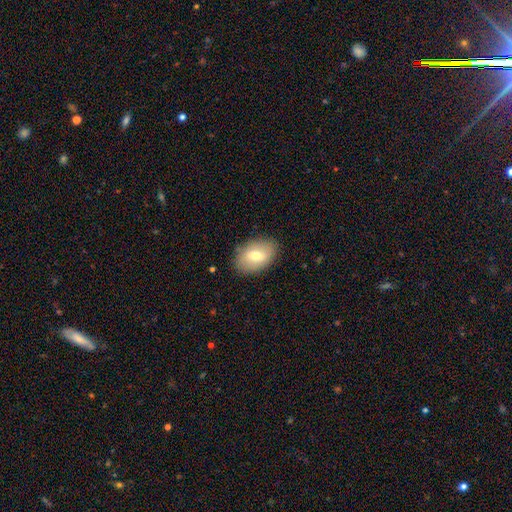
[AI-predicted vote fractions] This appears to be a smooth galaxy with no disk features (65%) that is in between round and cigar-shaped (88%). Merging: none (84%).